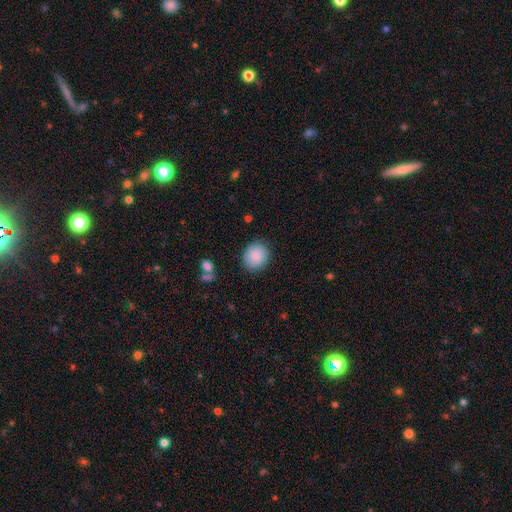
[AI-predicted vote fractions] Smooth or featured: smooth — 85% (featured or disk — 8%)
How rounded: round — 78% (in between — 21%)
Merging: none — 85% (minor disturbance — 11%)